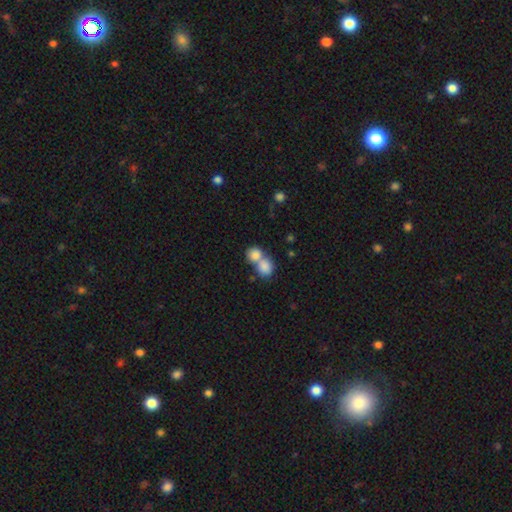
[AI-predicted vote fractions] Overall: smooth (83%). How rounded: round (72%). Merging: merger (64%; none 28%).